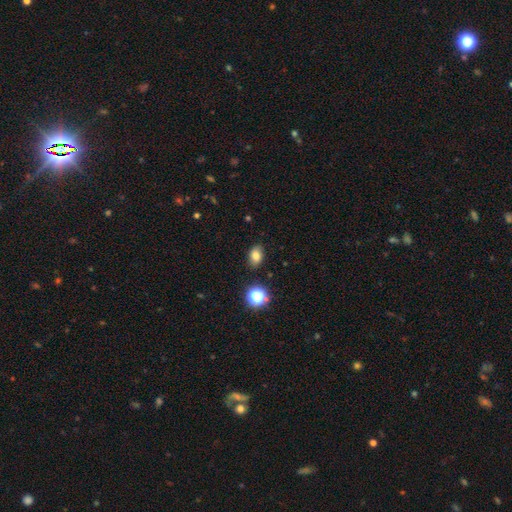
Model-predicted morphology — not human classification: Q: Smooth or featured?
A: smooth (79%); runner-up: star or artifact (14%)
Q: How rounded?
A: in between (78%); runner-up: round (21%)
Q: Merging?
A: none (85%); runner-up: minor disturbance (11%)